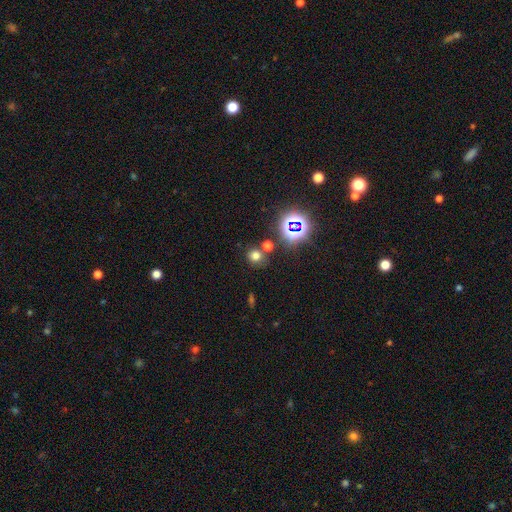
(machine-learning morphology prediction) Smooth or featured: smooth — 66% (star or artifact — 27%)
How rounded: round — 83% (in between — 15%)
Merging: none — 73% (merger — 14%)